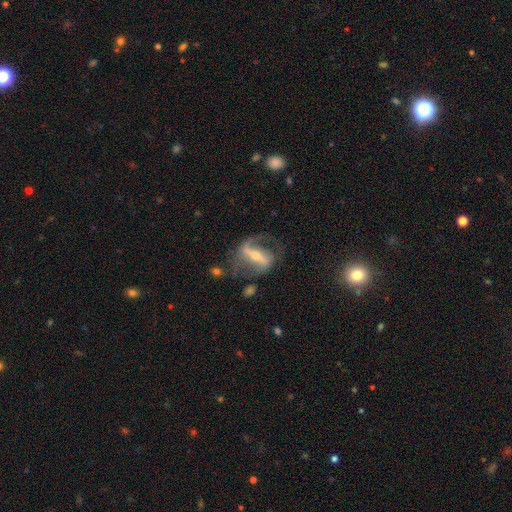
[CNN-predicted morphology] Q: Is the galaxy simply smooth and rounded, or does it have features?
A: featured or disk — 84%.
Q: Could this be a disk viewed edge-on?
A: no — 91%.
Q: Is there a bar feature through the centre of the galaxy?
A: strong — 68%.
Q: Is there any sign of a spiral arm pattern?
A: yes — 89%.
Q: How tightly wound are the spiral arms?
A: loose — 44%.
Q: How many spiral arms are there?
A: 2 — 77%.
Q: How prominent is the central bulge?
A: moderate — 48%.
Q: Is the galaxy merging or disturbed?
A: none — 59%.